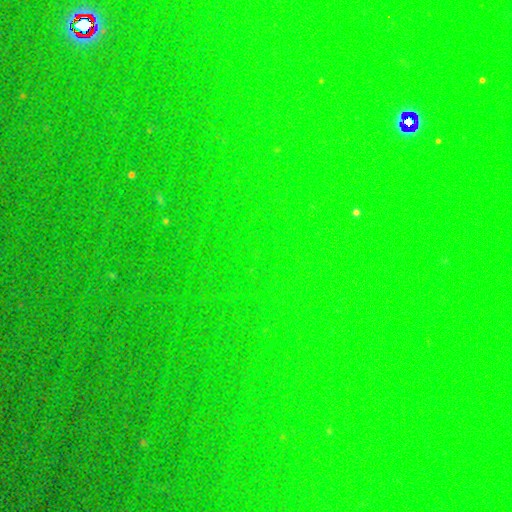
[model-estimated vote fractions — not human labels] The model was most divided on "smooth or featured": star or artifact: 79%, smooth: 12%, featured or disk: 8%.